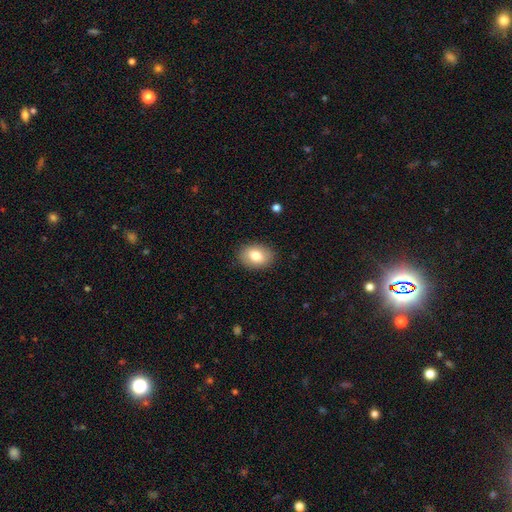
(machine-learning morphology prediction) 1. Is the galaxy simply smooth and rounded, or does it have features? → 79% smooth, 13% featured or disk, 8% star or artifact.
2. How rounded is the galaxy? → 77% in between, 22% round, 1% cigar-shaped.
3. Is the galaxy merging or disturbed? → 88% none, 9% minor disturbance, 2% major disturbance, 1% merger.